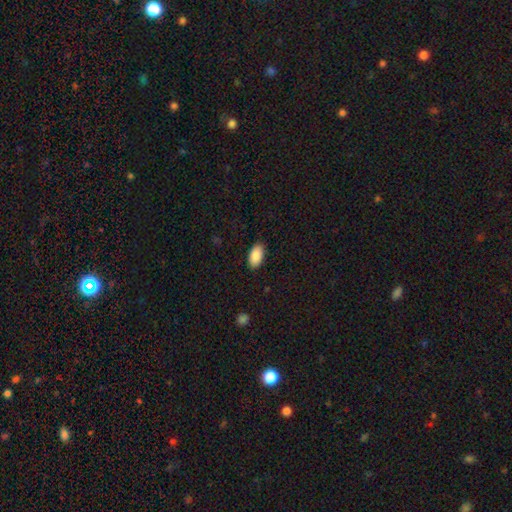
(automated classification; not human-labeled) Smooth or featured? Predicted: smooth (p=0.90). How rounded? Predicted: in between (p=0.95). Merging? Predicted: none (p=0.88).